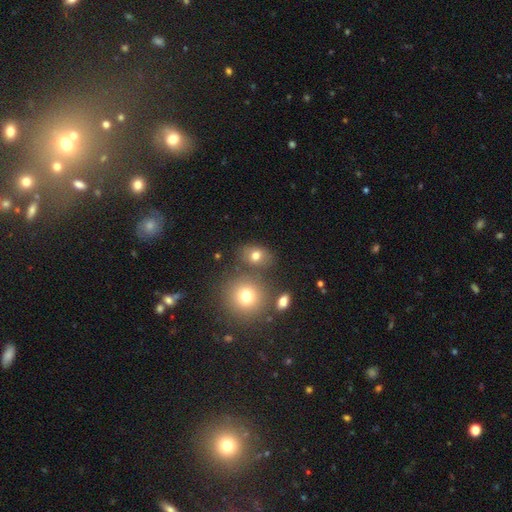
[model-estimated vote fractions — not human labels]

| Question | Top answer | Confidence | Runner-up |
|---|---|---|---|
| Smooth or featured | smooth | 72% | star or artifact (15%) |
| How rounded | in between | 52% | round (47%) |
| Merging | none | 65% | merger (16%) |